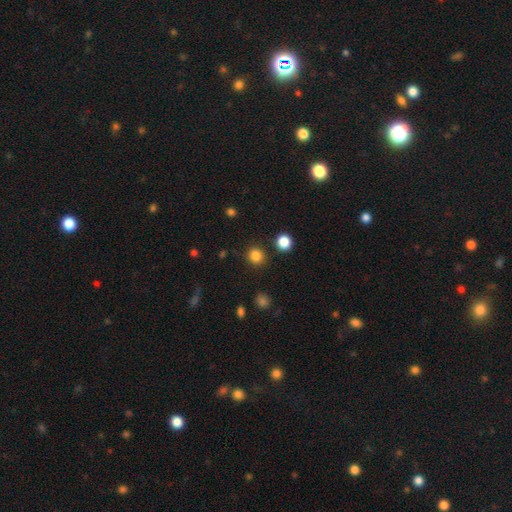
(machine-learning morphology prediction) A smooth galaxy with no disk features (84%) that is round (89%).

Vote fractions:
- Smooth or featured? smooth: 84% / star or artifact: 12% / featured or disk: 4%
- How rounded? round: 89% / in between: 10% / cigar-shaped: 1%
- Merging? none: 89% / minor disturbance: 6% / merger: 3% / major disturbance: 2%